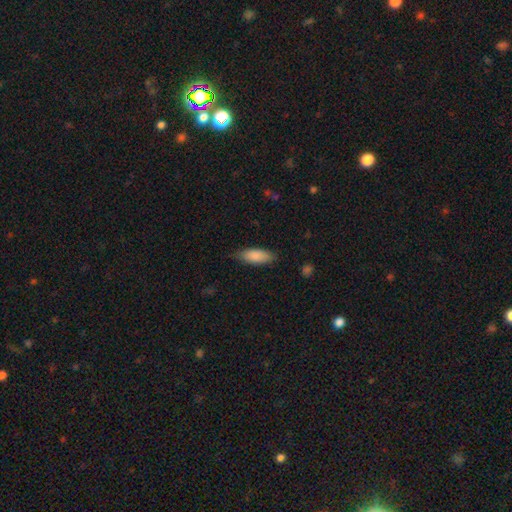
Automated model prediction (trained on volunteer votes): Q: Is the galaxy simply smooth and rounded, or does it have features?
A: smooth — 87%.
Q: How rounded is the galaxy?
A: in between — 75%.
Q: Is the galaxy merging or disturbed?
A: none — 77%.